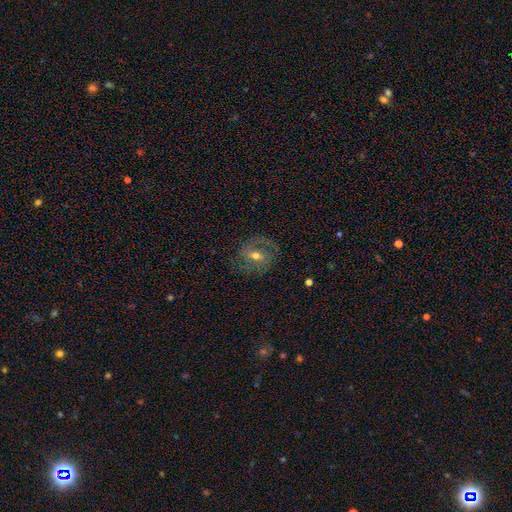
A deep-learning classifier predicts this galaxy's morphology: Smooth or featured?
  - featured or disk: 71% *
  - smooth: 19%
  - star or artifact: 10%
Edge-on disk?
  - no: 96% *
  - yes: 4%
Bar?
  - weak: 45% *
  - no: 35%
  - strong: 20%
Spiral arms?
  - yes: 85% *
  - no: 15%
Spiral winding?
  - medium: 45% *
  - tight: 39%
  - loose: 16%
Spiral arm count?
  - 2: 73% *
  - can't tell: 13%
  - 1: 8%
  - 3: 3%
  - 4: 1%
  - more than 4: 1%
Bulge size?
  - moderate: 63% *
  - small: 32%
  - large: 3%
  - none: 1%
  - dominant: 1%
Merging?
  - none: 77% *
  - minor disturbance: 14%
  - major disturbance: 8%
  - merger: 1%